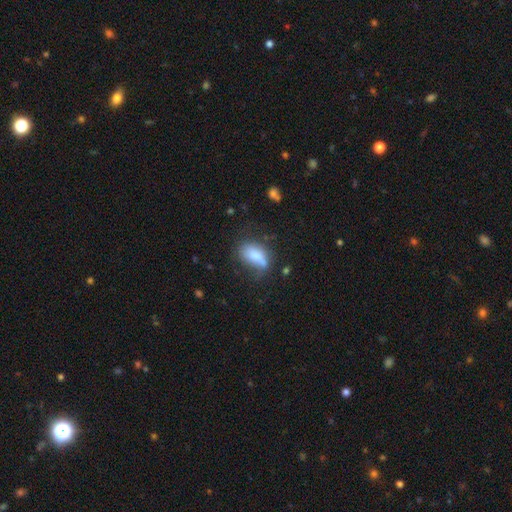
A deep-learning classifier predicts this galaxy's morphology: A smooth galaxy with no disk features (72%) that is in between round and cigar-shaped (87%).

Vote fractions:
- Smooth or featured? smooth: 72% / featured or disk: 19% / star or artifact: 9%
- How rounded? in between: 87% / round: 7% / cigar-shaped: 6%
- Merging? none: 38% / minor disturbance: 31% / major disturbance: 21% / merger: 11%